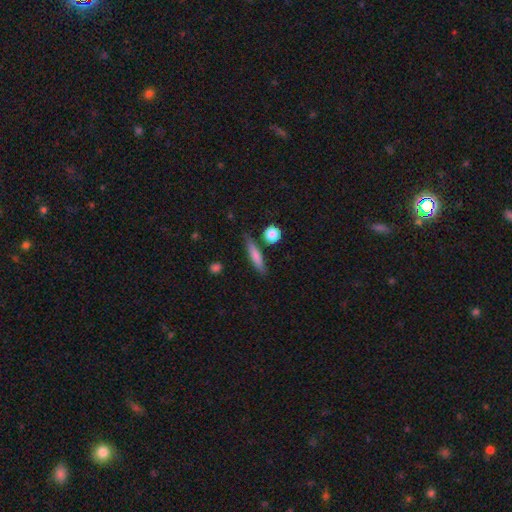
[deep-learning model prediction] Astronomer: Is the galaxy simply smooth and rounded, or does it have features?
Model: smooth — 73%.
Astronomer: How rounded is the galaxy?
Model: cigar-shaped — 79%.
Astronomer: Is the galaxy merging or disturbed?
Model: none — 78%.